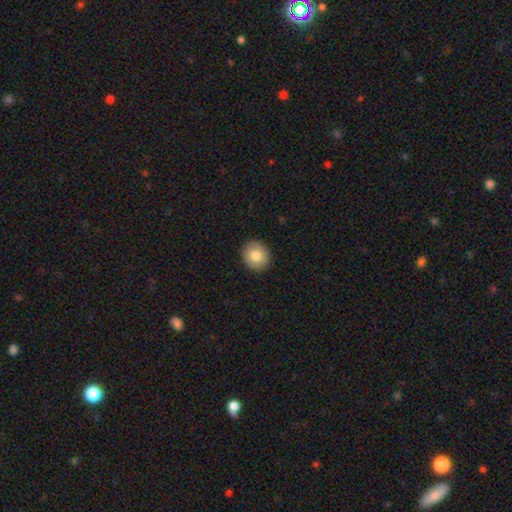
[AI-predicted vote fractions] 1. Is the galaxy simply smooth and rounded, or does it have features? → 80% smooth, 11% featured or disk, 8% star or artifact.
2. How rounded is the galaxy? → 79% round, 20% in between, 1% cigar-shaped.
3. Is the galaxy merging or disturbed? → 91% none, 7% minor disturbance, 2% major disturbance, 1% merger.